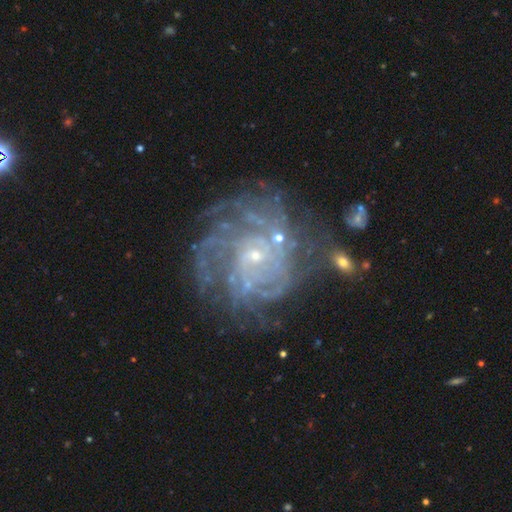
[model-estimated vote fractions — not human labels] Q: Smooth or featured?
A: featured or disk (86%); runner-up: star or artifact (8%)
Q: Edge-on disk?
A: no (98%); runner-up: yes (2%)
Q: Bar?
A: no (72%); runner-up: weak (23%)
Q: Spiral arms?
A: yes (93%); runner-up: no (7%)
Q: Spiral winding?
A: tight (69%); runner-up: medium (24%)
Q: Spiral arm count?
A: can't tell (35%); runner-up: more than 4 (22%)
Q: Bulge size?
A: small (82%); runner-up: moderate (12%)
Q: Merging?
A: none (61%); runner-up: minor disturbance (18%)